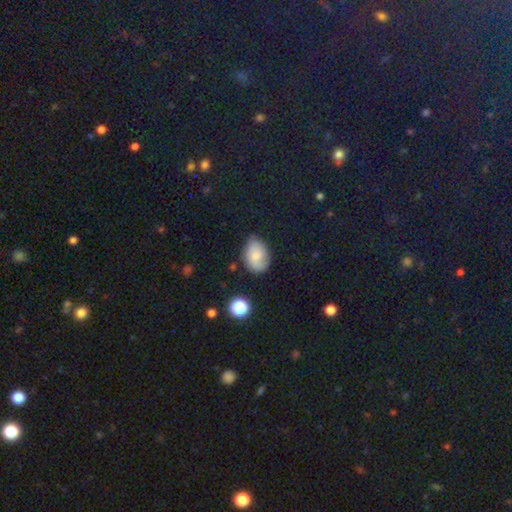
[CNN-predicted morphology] Smooth or featured? Predicted: smooth (p=0.58). How rounded? Predicted: in between (p=0.71). Merging? Predicted: none (p=0.65).